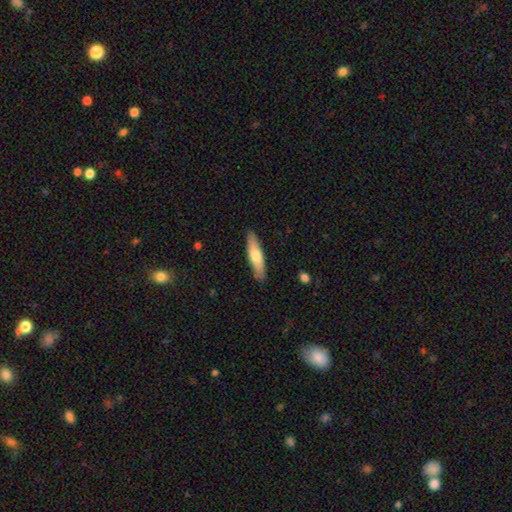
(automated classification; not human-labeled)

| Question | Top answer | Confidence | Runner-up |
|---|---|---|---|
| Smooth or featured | smooth | 64% | featured or disk (31%) |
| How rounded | cigar-shaped | 73% | in between (25%) |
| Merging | none | 87% | minor disturbance (10%) |